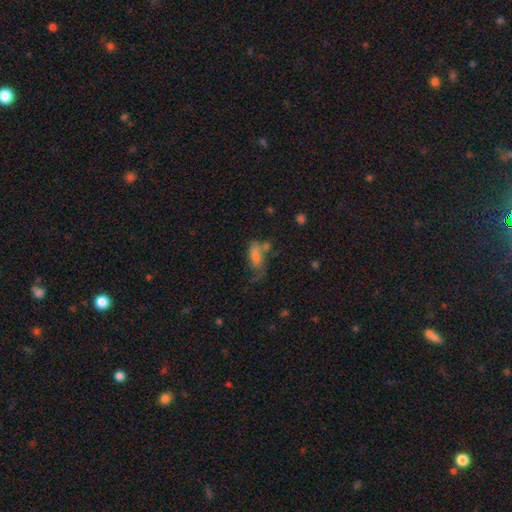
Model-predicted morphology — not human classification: This appears to be a smooth galaxy with no disk features (59%) that is in between round and cigar-shaped (80%). Merging: none (33%).